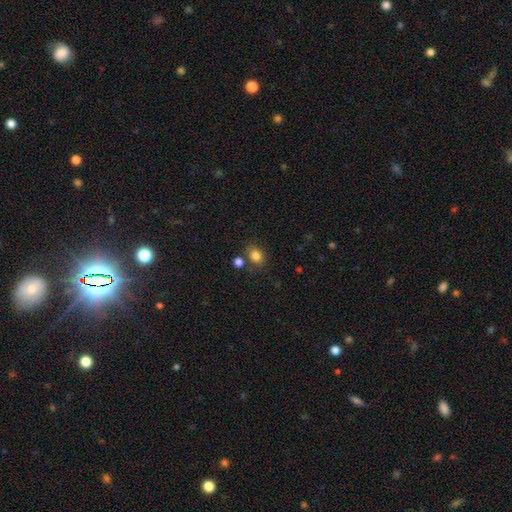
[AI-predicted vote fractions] Q: Smooth or featured?
A: smooth (83%); runner-up: star or artifact (12%)
Q: How rounded?
A: in between (55%); runner-up: round (44%)
Q: Merging?
A: none (74%); runner-up: minor disturbance (12%)